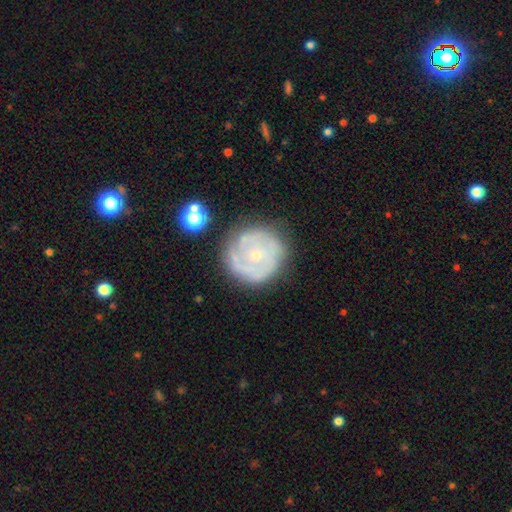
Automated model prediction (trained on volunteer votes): This is likely a featured or disk galaxy (71%). It is clearly not viewed edge-on (98%). Bar: clearly no (84%). Spiral arm pattern: likely yes (77%). Spiral arm count: marginally can't tell (39%). Spiral winding: likely tight (70%). Central bulge: likely small (77%). Merging: likely none (74%).